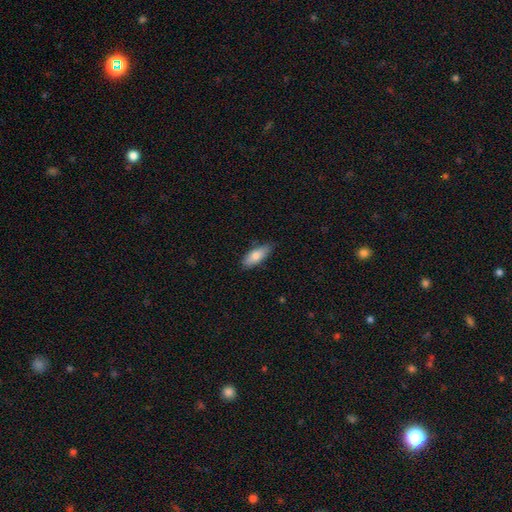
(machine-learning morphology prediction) This is likely a smooth galaxy (79%). How rounded: likely in between (74%). Merging: clearly none (81%).